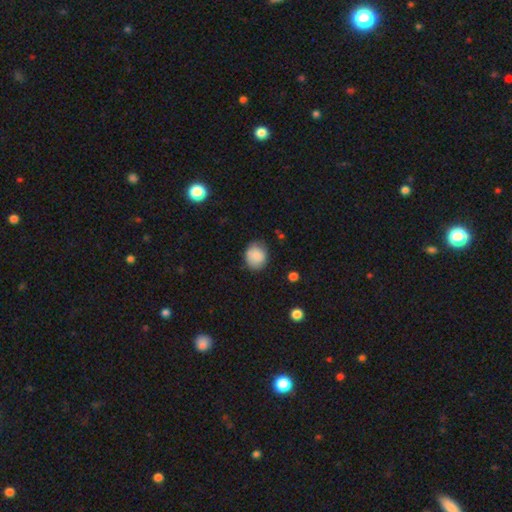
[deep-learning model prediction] This is clearly a smooth galaxy (85%). How rounded: likely round (66%). Merging: likely none (74%).